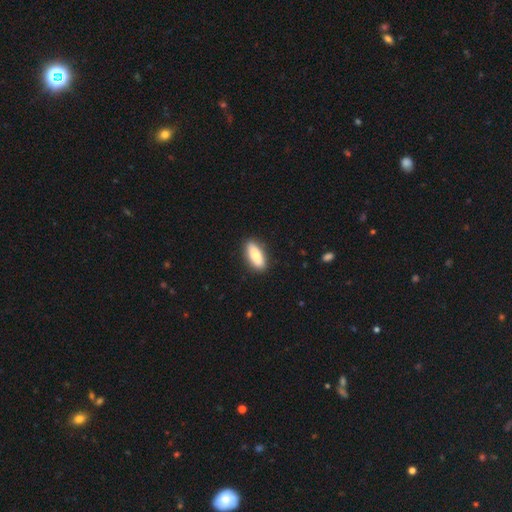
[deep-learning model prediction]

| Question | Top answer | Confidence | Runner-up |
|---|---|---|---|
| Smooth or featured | smooth | 81% | featured or disk (13%) |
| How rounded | in between | 72% | cigar-shaped (26%) |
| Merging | none | 89% | minor disturbance (8%) |